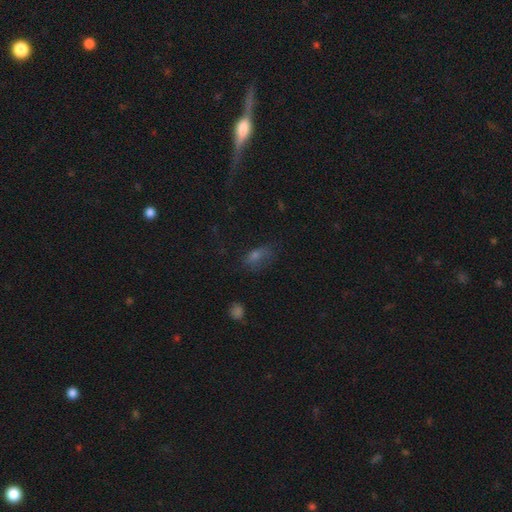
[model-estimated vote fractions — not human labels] Morphology: type=smooth (57%); roundness=in between (80%); merging=none (53%).